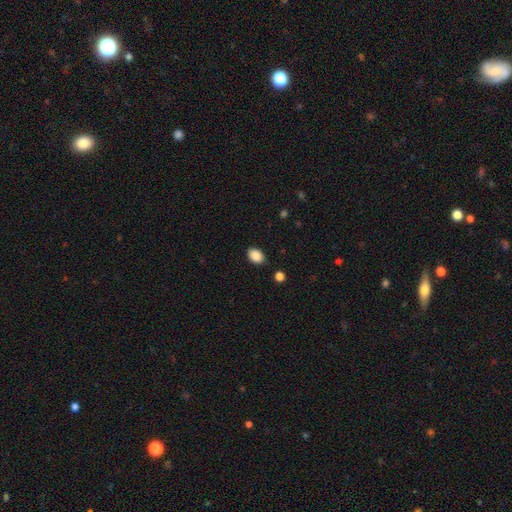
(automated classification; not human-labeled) The model was most divided on "how rounded": in between: 80%, round: 19%, cigar-shaped: 1%. More confident: smooth or featured — smooth (88%); merging — none (86%).